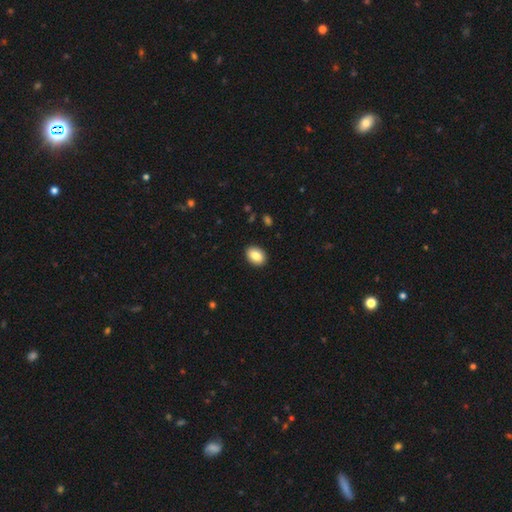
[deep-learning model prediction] Overall: smooth (86%). How rounded: in between (78%). Merging: none (91%).